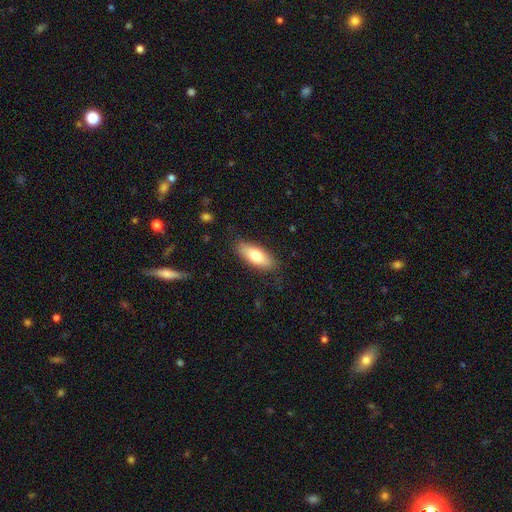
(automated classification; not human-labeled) A smooth galaxy with no disk features (77%) that is in between round and cigar-shaped (75%).

Vote fractions:
- Smooth or featured? smooth: 77% / featured or disk: 18% / star or artifact: 6%
- How rounded? in between: 75% / cigar-shaped: 23% / round: 2%
- Merging? none: 82% / minor disturbance: 14% / major disturbance: 3% / merger: 1%